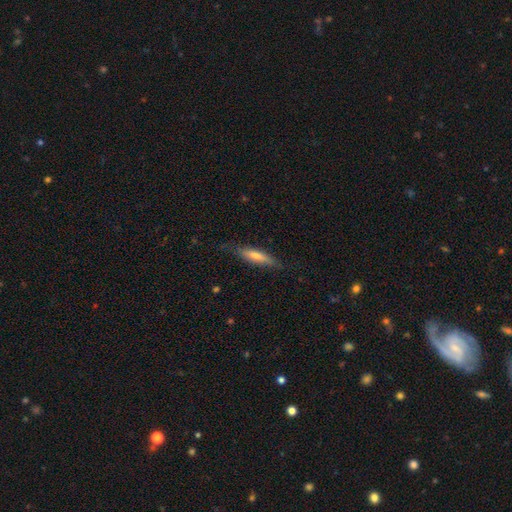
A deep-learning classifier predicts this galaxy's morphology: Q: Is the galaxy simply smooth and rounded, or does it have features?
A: smooth — 58%.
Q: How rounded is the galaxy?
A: cigar-shaped — 81%.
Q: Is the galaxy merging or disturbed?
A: none — 77%.